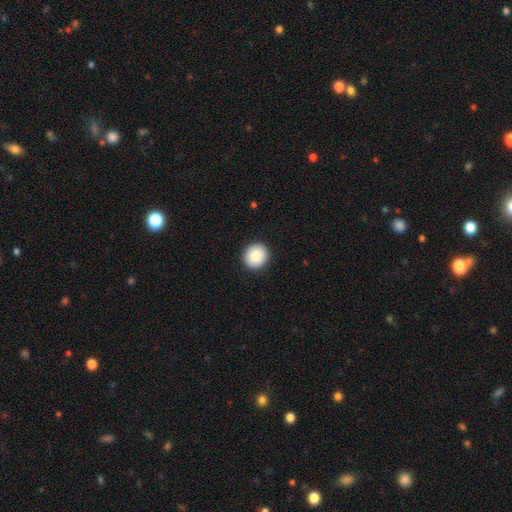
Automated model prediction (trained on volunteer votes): A smooth galaxy with no disk features (82%) that is round (92%).

Vote fractions:
- Smooth or featured? smooth: 82% / featured or disk: 10% / star or artifact: 8%
- How rounded? round: 92% / in between: 7% / cigar-shaped: 1%
- Merging? none: 93% / minor disturbance: 5% / major disturbance: 1% / merger: 1%